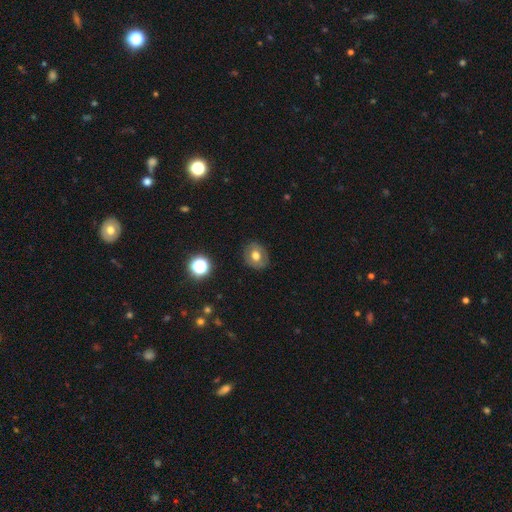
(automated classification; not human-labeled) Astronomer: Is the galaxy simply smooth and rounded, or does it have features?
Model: smooth — 65%.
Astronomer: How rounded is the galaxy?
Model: round — 71%.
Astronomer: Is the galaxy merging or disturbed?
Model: none — 85%.